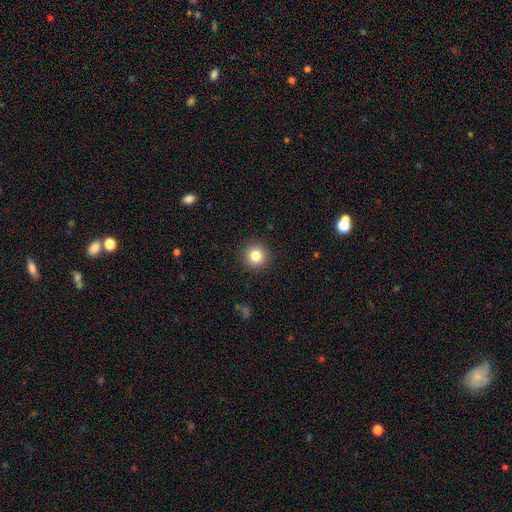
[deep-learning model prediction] smooth-or-featured: smooth: 83% | star or artifact: 11% | featured or disk: 7%
  how-rounded: round: 95% | in between: 4% | cigar-shaped: 1%
  merging: none: 92% | minor disturbance: 6% | major disturbance: 2% | merger: 1%